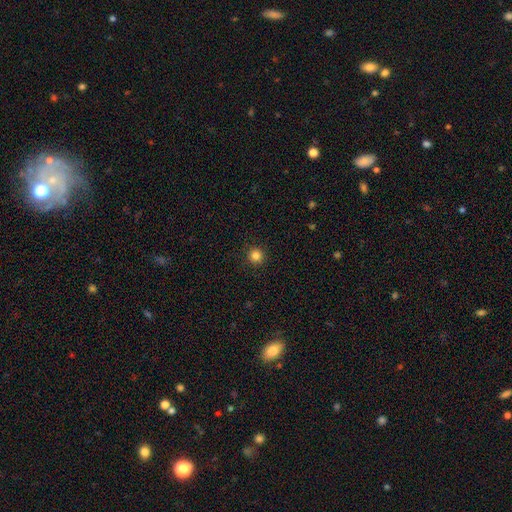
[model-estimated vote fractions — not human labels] smooth_or_featured: smooth (p=0.84) [alt: star or artifact p=0.12]
how_rounded: round (p=0.95) [alt: in between p=0.04]
merging: none (p=0.92) [alt: minor disturbance p=0.05]